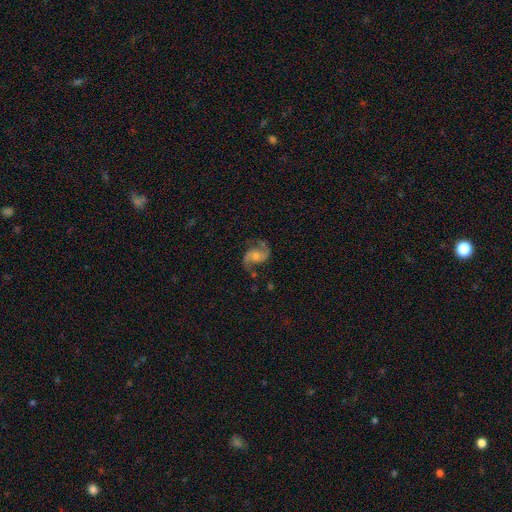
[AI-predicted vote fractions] Overall: featured or disk (85%). Edge-on disk: no (98%). Bar: no (61%; weak 32%). Spiral arms: yes (97%). Spiral arm count: 2 (92%). Spiral winding: medium (47%; loose 42%). Bulge size: moderate (50%; small 37%). Merging: none (72%).